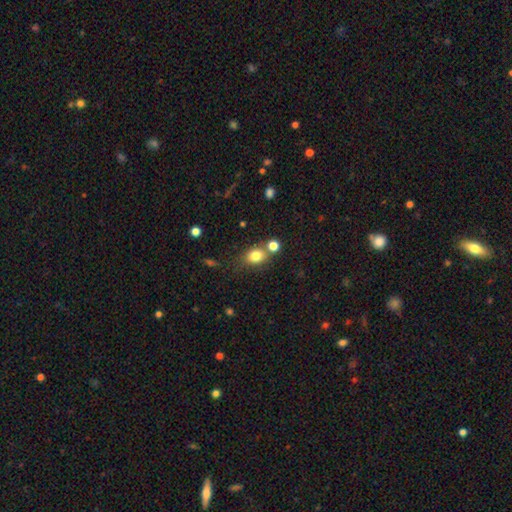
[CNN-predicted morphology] Smooth or featured? Predicted: smooth (p=0.80). How rounded? Predicted: in between (p=0.55). Merging? Predicted: none (p=0.61).